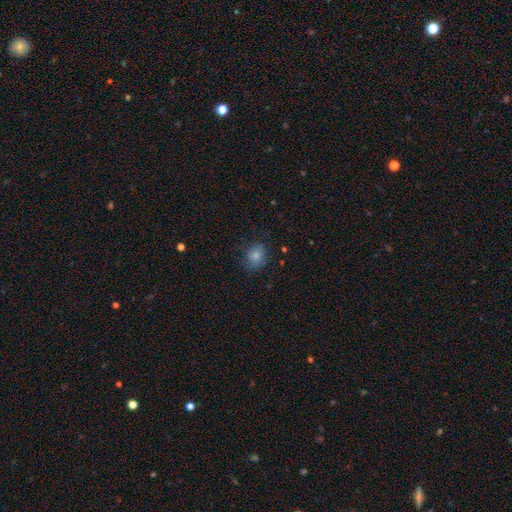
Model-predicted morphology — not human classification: smooth 81%, star or artifact 10%, featured or disk 9%. Down the decision tree: how rounded — round (63%); merging — none (74%).